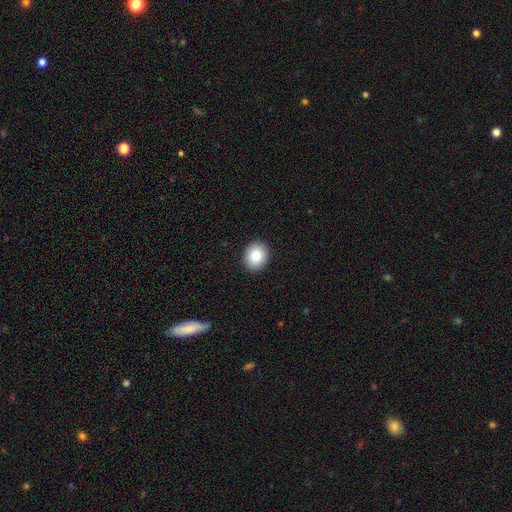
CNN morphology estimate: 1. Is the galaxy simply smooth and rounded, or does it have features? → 86% smooth, 8% star or artifact, 6% featured or disk.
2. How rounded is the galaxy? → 54% round, 46% in between, 1% cigar-shaped.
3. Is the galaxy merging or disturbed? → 91% none, 6% minor disturbance, 2% major disturbance, 1% merger.